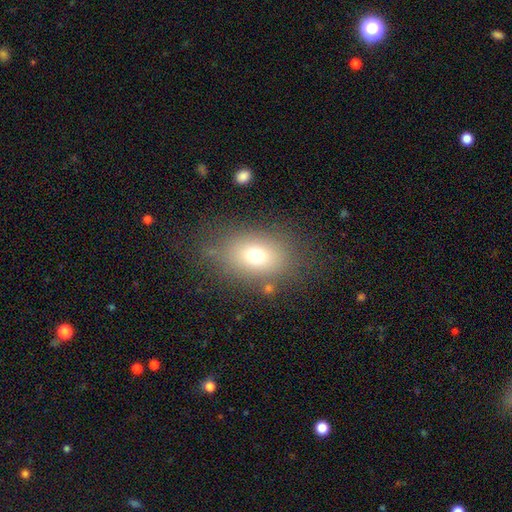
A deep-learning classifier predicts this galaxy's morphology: A smooth galaxy with no disk features (70%) that is in between round and cigar-shaped (72%).

Vote fractions:
- Smooth or featured? smooth: 70% / featured or disk: 16% / star or artifact: 14%
- How rounded? in between: 72% / round: 26% / cigar-shaped: 2%
- Merging? none: 75% / minor disturbance: 14% / major disturbance: 8% / merger: 3%